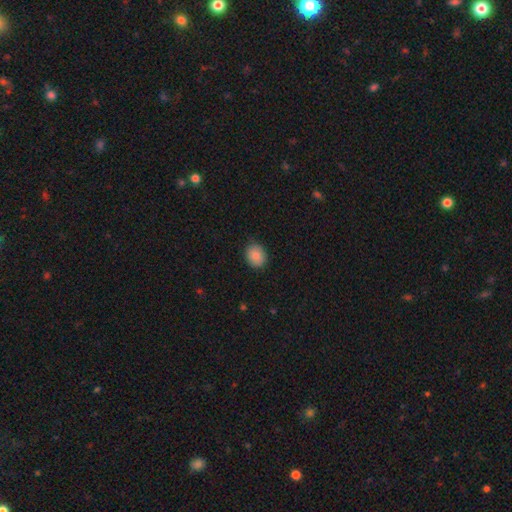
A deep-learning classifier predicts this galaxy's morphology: This is clearly a smooth galaxy (88%). How rounded: possibly in between (52%). Merging: clearly none (84%).